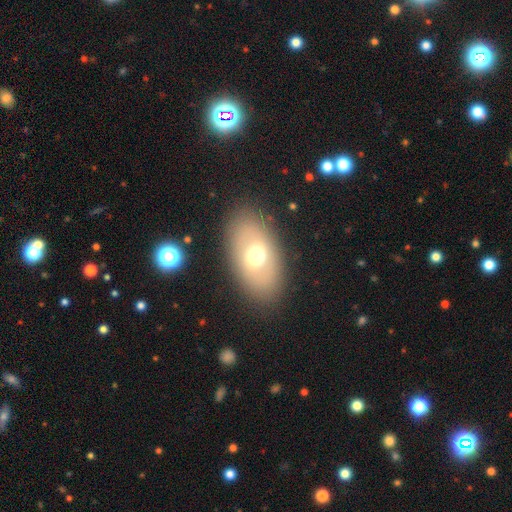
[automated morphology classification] Smooth or featured? smooth (62%)
How rounded? in between (88%)
Merging? none (85%)